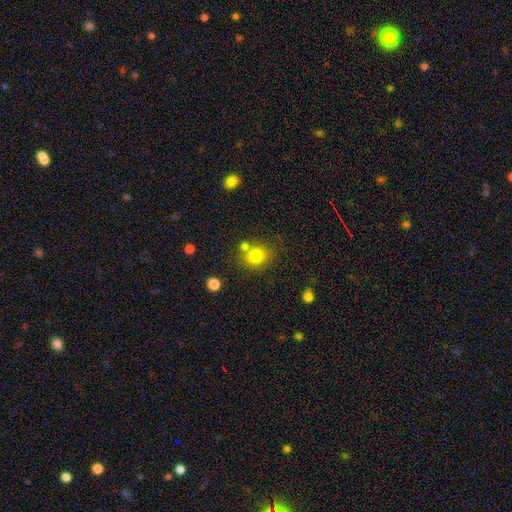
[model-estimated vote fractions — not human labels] Smooth or featured? Predicted: smooth (p=0.80). How rounded? Predicted: round (p=0.78). Merging? Predicted: none (p=0.68).